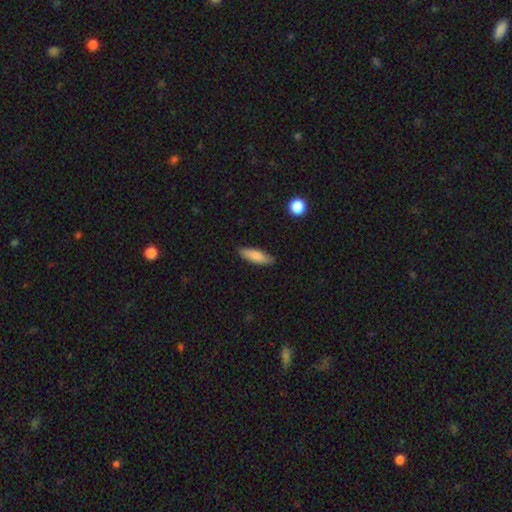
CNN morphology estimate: This is clearly a smooth galaxy (83%). How rounded: possibly cigar-shaped (56%). Merging: clearly none (85%).